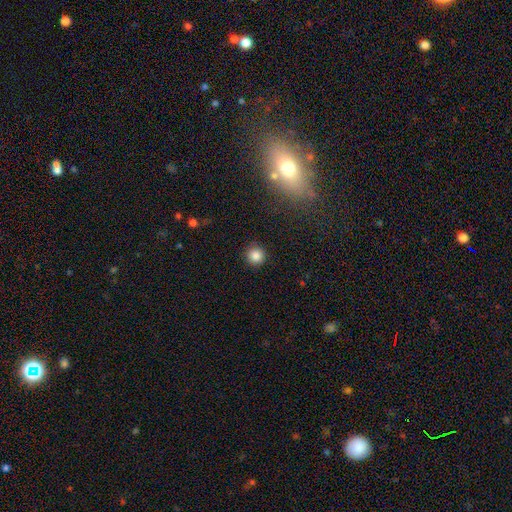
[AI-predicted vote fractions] The model was most divided on "smooth or featured": smooth: 85%, star or artifact: 11%, featured or disk: 4%. More confident: how rounded — round (95%); merging — none (91%).